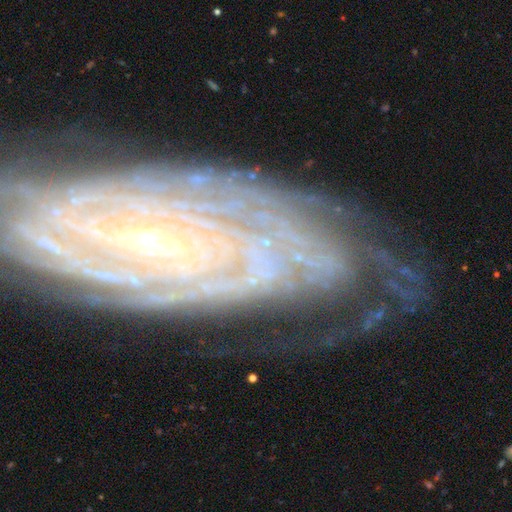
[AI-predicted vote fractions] A featured or disk galaxy (53%). Merging: none (69%).